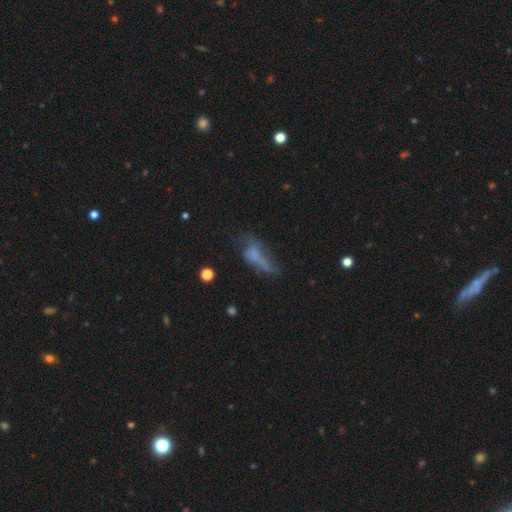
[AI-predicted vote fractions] A smooth galaxy with no disk features (44%).

Vote fractions:
- Smooth or featured? smooth: 44% / featured or disk: 39% / star or artifact: 17%
- Merging? major disturbance: 37% / none: 30% / minor disturbance: 23% / merger: 11%